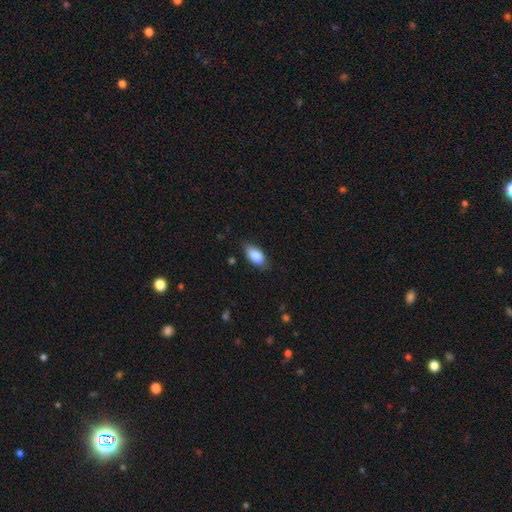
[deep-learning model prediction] This appears to be a smooth galaxy with no disk features (87%) that is in between round and cigar-shaped (91%). Merging: none (78%).